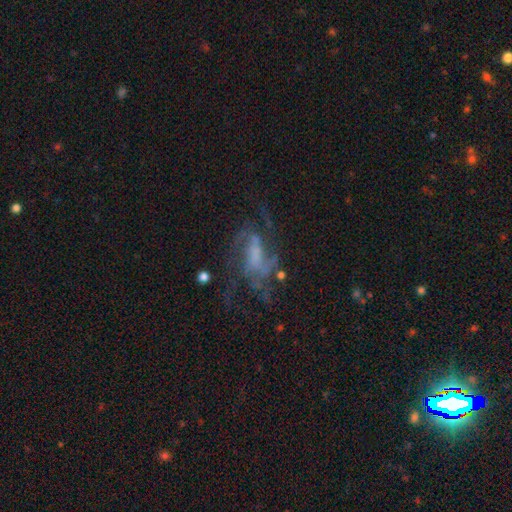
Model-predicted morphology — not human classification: Overall: featured or disk (77%). Edge-on disk: no (95%). Bar: no (41%; weak 39%). Spiral arms: yes (85%). Spiral arm count: can't tell (29%; 3 24%). Spiral winding: medium (45%; loose 34%). Bulge size: none (39%; moderate 25%). Merging: none (49%; major disturbance 30%).